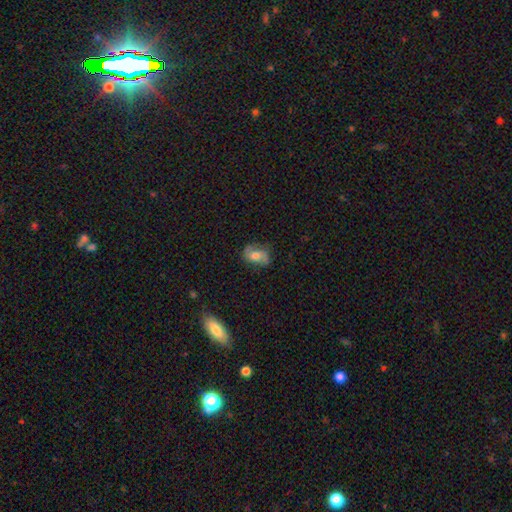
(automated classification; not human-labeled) featured or disk 55%, smooth 36%, star or artifact 9%. Down the decision tree: edge-on disk — no (95%); bar — no (58%); spiral arms — yes (86%); bulge size — moderate (61%); merging — none (68%).